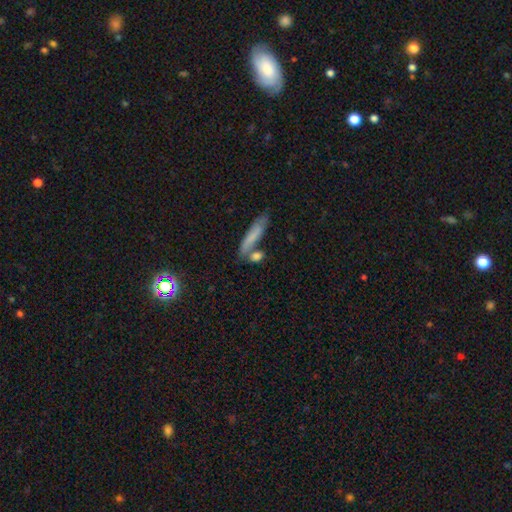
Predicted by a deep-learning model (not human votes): A smooth galaxy with no disk features (76%) that is cigar-shaped (50%). Merging: none (54%).